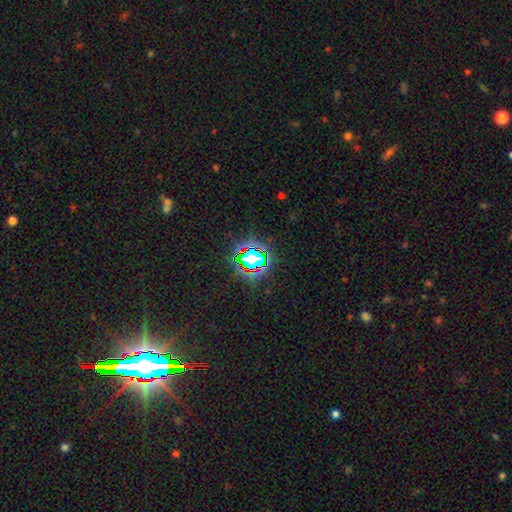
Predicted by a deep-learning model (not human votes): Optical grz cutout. It shows a star or artifact, not a galaxy (72%).